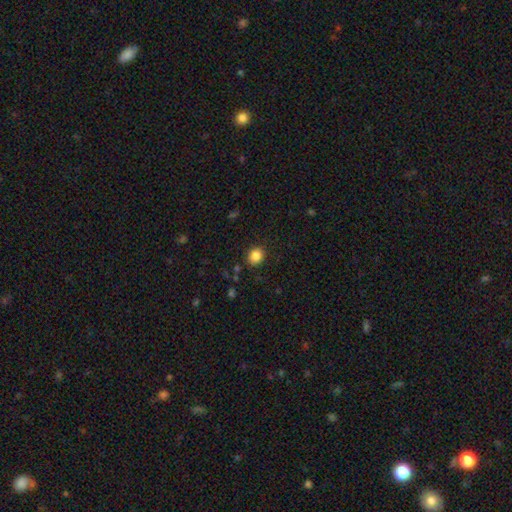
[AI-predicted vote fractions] This is clearly a smooth galaxy (85%). How rounded: likely round (73%). Merging: clearly none (89%).